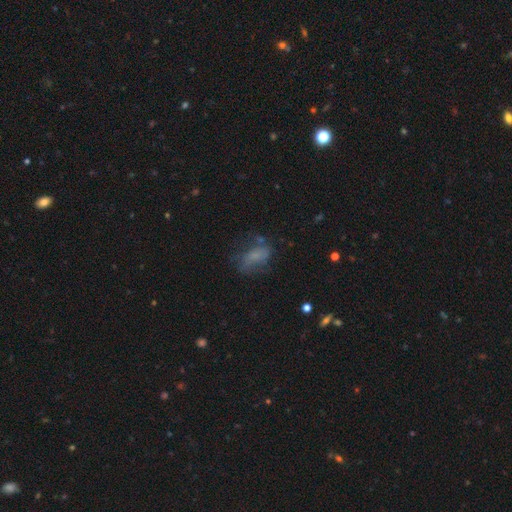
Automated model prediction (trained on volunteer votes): Smooth or featured? Predicted: smooth (p=0.53). How rounded? Predicted: in between (p=0.83). Merging? Predicted: none (p=0.44).